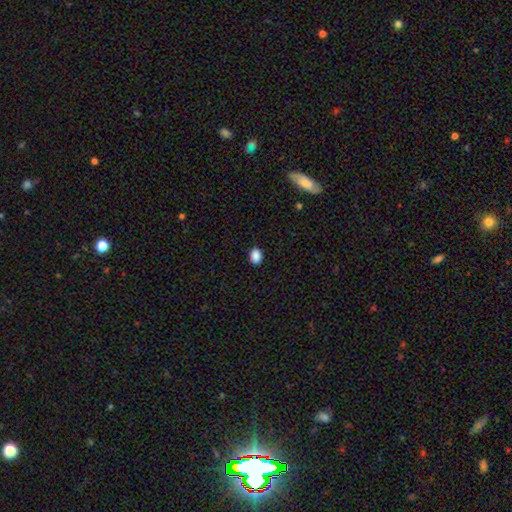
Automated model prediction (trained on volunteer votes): This is clearly a smooth galaxy (88%). How rounded: likely in between (71%). Merging: clearly none (88%).